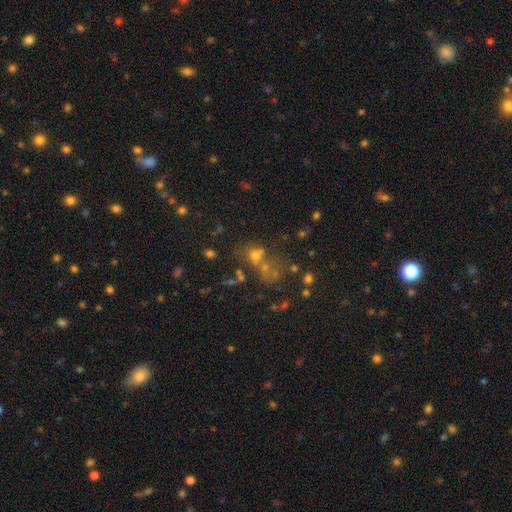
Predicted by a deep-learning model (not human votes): Smooth or featured? smooth (54%)
How rounded? round (68%)
Merging? merger (43%)